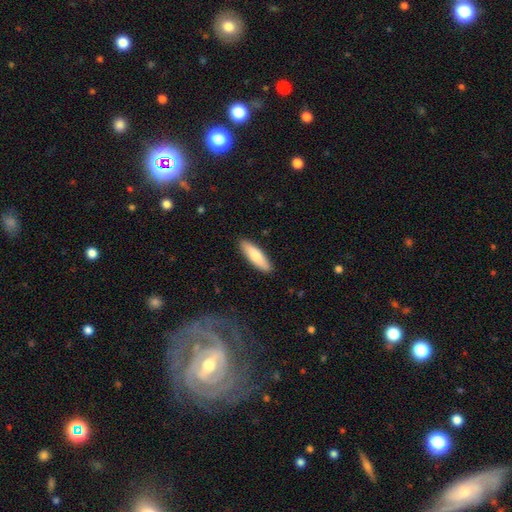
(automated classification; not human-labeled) This is likely a smooth galaxy (79%). How rounded: likely cigar-shaped (62%). Merging: clearly none (89%).